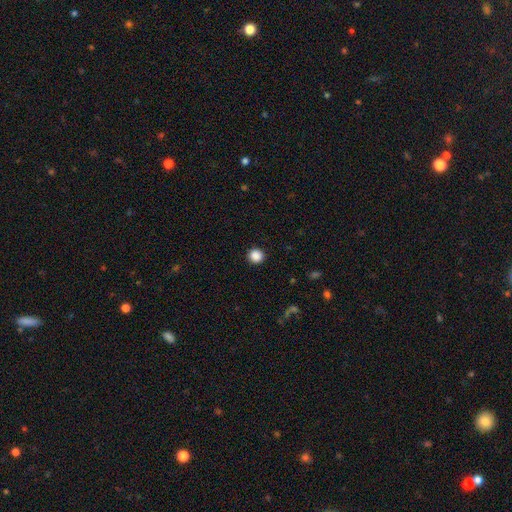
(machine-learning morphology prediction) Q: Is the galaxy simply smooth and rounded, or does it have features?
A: smooth — 88%.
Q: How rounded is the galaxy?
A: round — 92%.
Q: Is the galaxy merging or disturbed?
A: none — 92%.